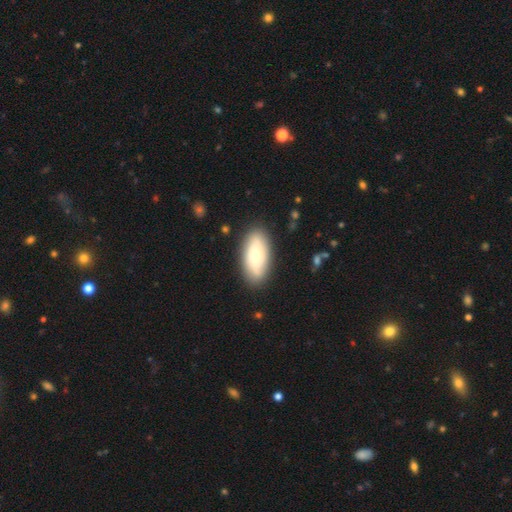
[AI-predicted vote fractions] This appears to be a smooth galaxy with no disk features (67%) that is in between round and cigar-shaped (90%). Merging: none (84%).